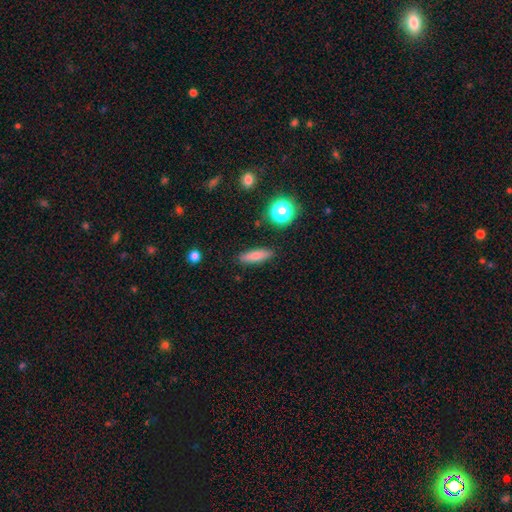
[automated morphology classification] A smooth galaxy with no disk features (77%) that is cigar-shaped (56%). Merging: none (87%).